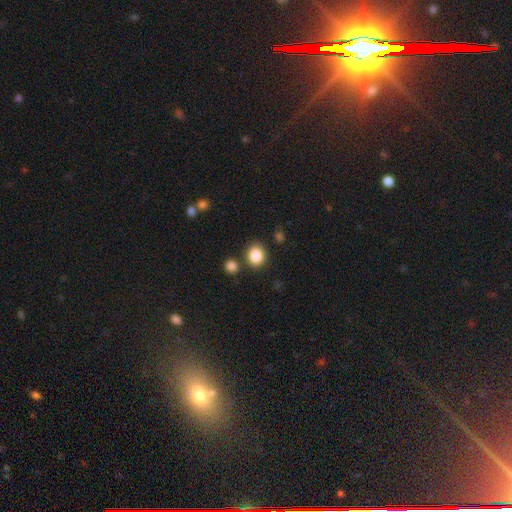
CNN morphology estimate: Smooth or featured: smooth — 87% (star or artifact — 9%)
How rounded: round — 69% (in between — 30%)
Merging: none — 79% (minor disturbance — 10%)